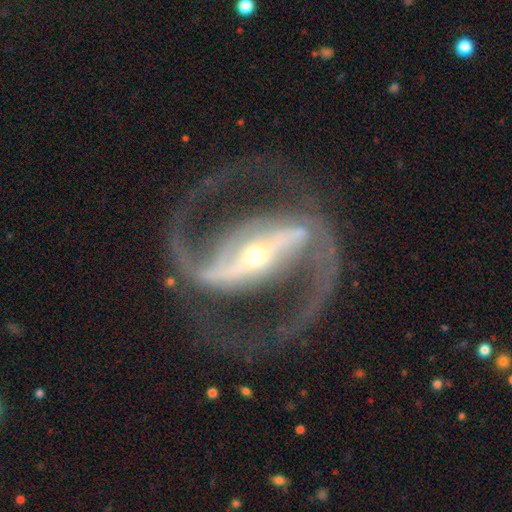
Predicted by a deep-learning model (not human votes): Smooth or featured? Predicted: featured or disk (p=0.93). Edge-on disk? Predicted: no (p=0.97). Bar? Predicted: strong (p=0.77). Spiral arms? Predicted: yes (p=0.98). Spiral winding? Predicted: medium (p=0.66). Spiral arm count? Predicted: 2 (p=0.94). Bulge size? Predicted: small (p=0.66). Merging? Predicted: none (p=0.80).